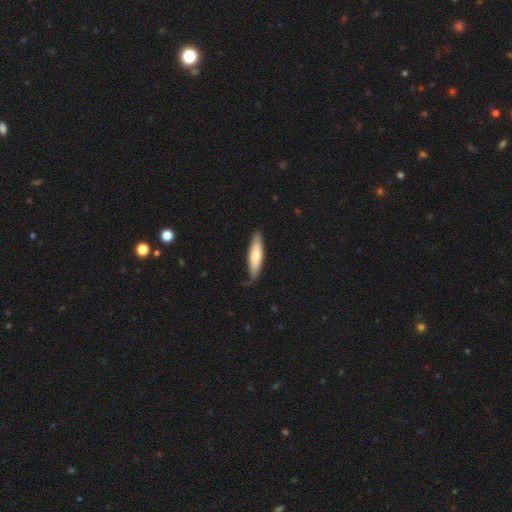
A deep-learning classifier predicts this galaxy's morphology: Overall: smooth (68%). How rounded: cigar-shaped (74%). Merging: none (78%).